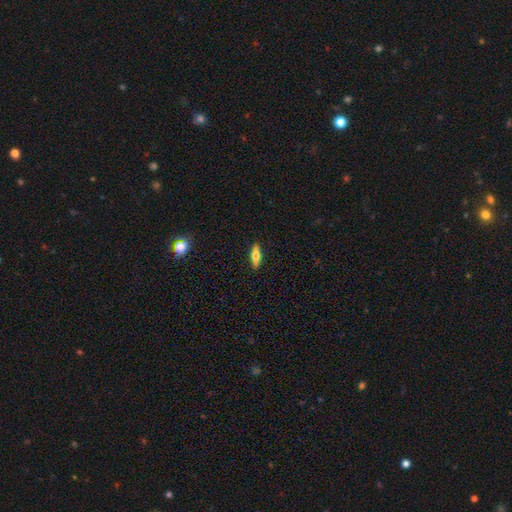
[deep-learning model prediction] Smooth or featured? smooth (63%)
How rounded? cigar-shaped (53%)
Merging? none (90%)